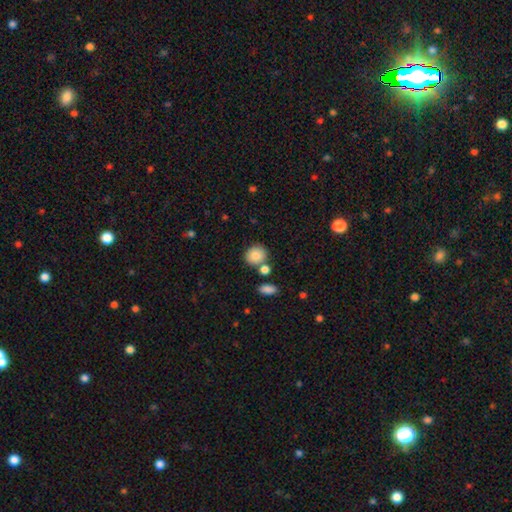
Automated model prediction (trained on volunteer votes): Overall: smooth (85%). How rounded: round (80%). Merging: none (72%).